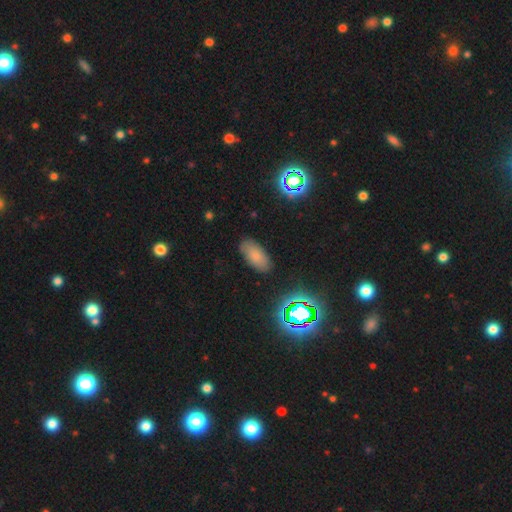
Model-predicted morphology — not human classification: Smooth or featured: smooth — 73% (star or artifact — 16%)
How rounded: in between — 92% (cigar-shaped — 5%)
Merging: none — 85% (minor disturbance — 11%)